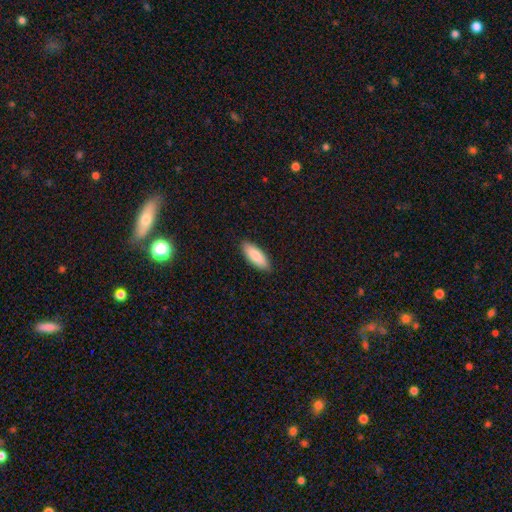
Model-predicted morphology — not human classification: smooth 84%, featured or disk 10%, star or artifact 6%. Down the decision tree: how rounded — in between (73%); merging — none (89%).